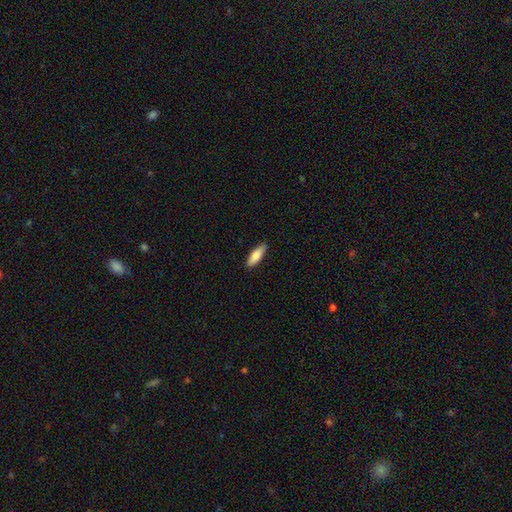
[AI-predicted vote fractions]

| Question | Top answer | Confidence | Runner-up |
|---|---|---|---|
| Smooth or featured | smooth | 81% | featured or disk (14%) |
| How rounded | in between | 55% | cigar-shaped (44%) |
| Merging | none | 87% | minor disturbance (10%) |